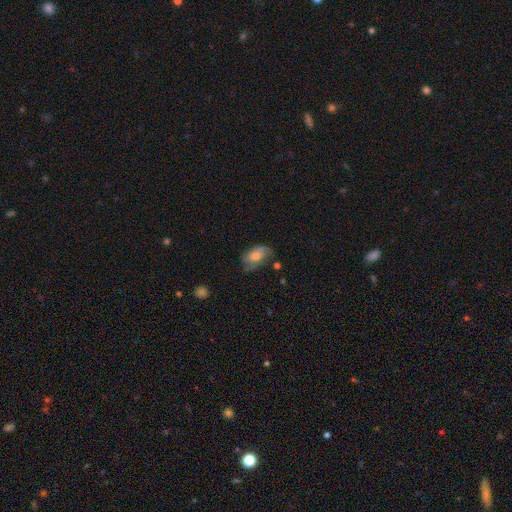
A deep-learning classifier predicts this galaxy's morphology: This is possibly a smooth galaxy (51%). How rounded: clearly in between (89%). Merging: possibly none (53%).